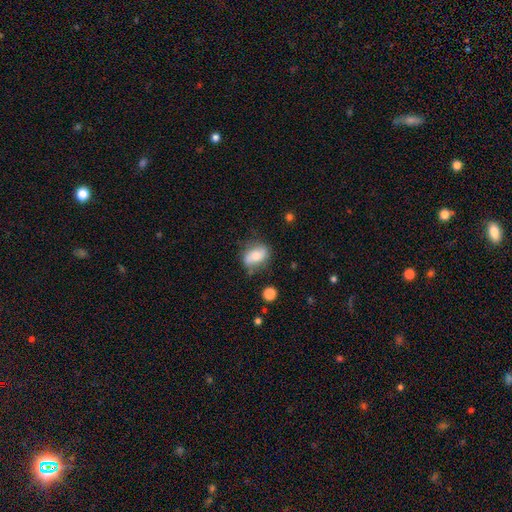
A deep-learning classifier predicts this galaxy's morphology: The model was most divided on "smooth or featured": smooth: 59%, featured or disk: 33%, star or artifact: 8%. More confident: how rounded — in between (74%); merging — none (66%).